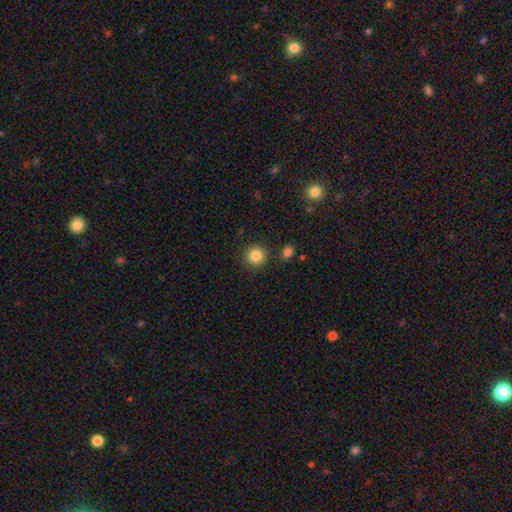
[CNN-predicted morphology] Overall: smooth (85%). How rounded: round (93%). Merging: none (87%).